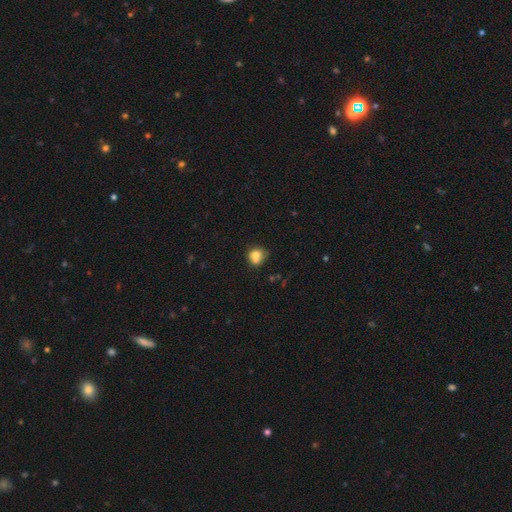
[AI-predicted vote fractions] Q: Smooth or featured?
A: smooth (75%); runner-up: featured or disk (15%)
Q: How rounded?
A: round (76%); runner-up: in between (23%)
Q: Merging?
A: none (43%); runner-up: merger (35%)